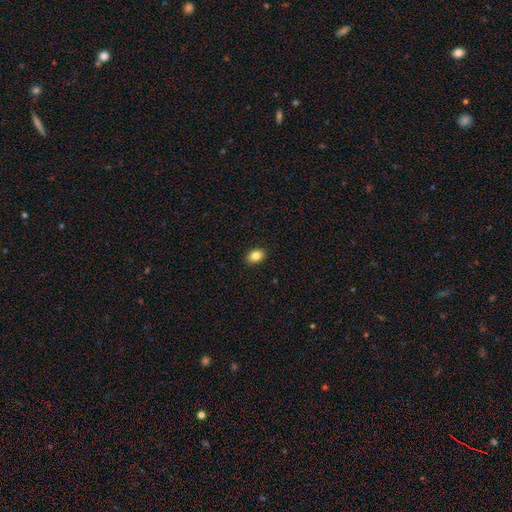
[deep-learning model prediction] Smooth or featured: smooth — 85% (star or artifact — 9%)
How rounded: in between — 79% (round — 20%)
Merging: none — 90% (minor disturbance — 7%)